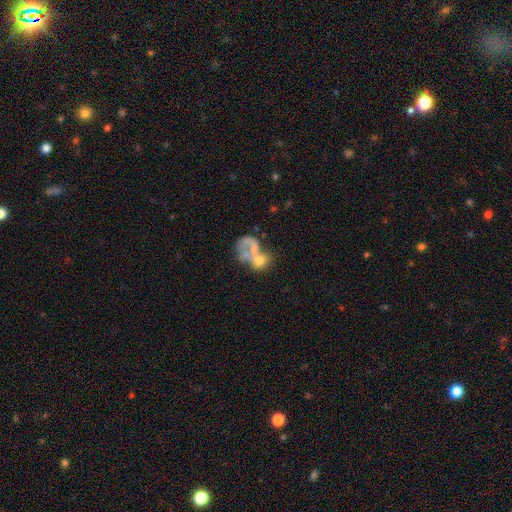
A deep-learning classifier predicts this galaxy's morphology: Smooth or featured: featured or disk — 50% (smooth — 36%)
Edge-on disk: no — 98% (yes — 2%)
Merging: merger — 45% (major disturbance — 28%)